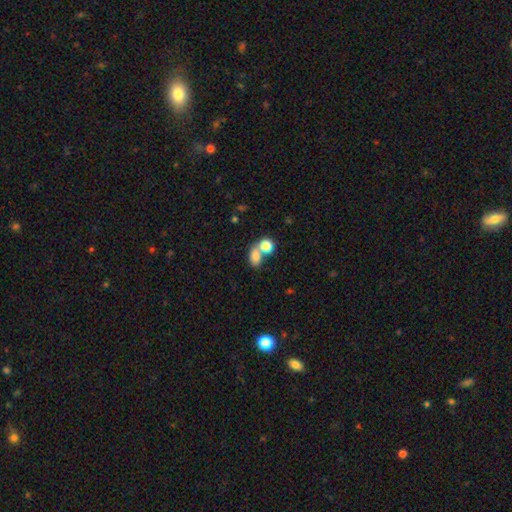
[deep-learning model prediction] This is likely a smooth galaxy (78%). How rounded: likely in between (69%). Merging: possibly merger (50%).